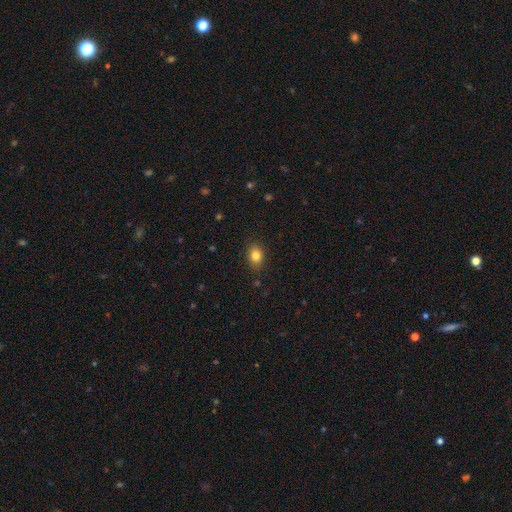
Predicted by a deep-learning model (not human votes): The model was most divided on "how rounded": in between: 65%, round: 34%, cigar-shaped: 1%. More confident: merging — none (87%); smooth or featured — smooth (83%).